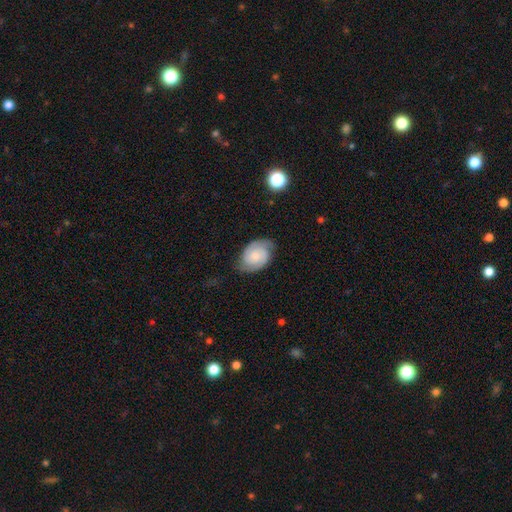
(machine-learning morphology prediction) Smooth or featured: featured or disk — 68% (smooth — 25%)
Edge-on disk: no — 97% (yes — 3%)
Bar: no — 68% (weak — 27%)
Spiral arms: yes — 94% (no — 6%)
Spiral winding: tight — 48% (medium — 40%)
Spiral arm count: 2 — 84% (can't tell — 8%)
Bulge size: small — 46% (moderate — 28%)
Merging: none — 71% (minor disturbance — 21%)